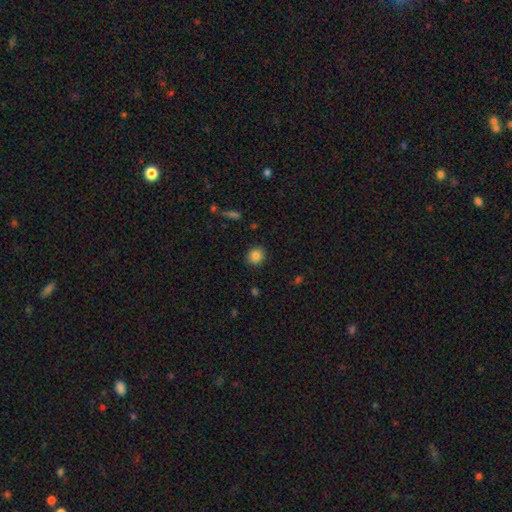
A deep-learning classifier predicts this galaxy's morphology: type=smooth (85%); roundness=round (82%); merging=none (90%).